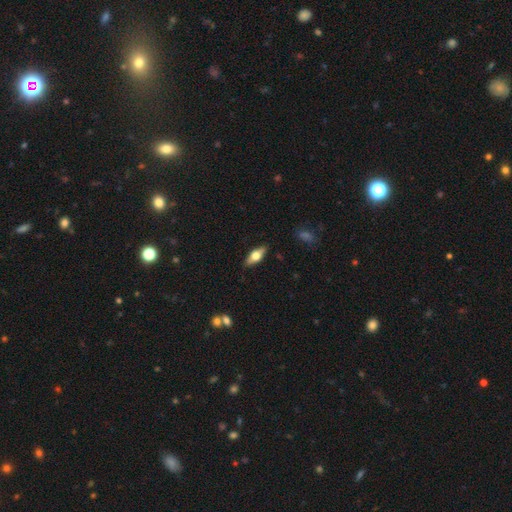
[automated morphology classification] smooth 48%, featured or disk 45%, star or artifact 6%. Down the decision tree: merging — none (87%).